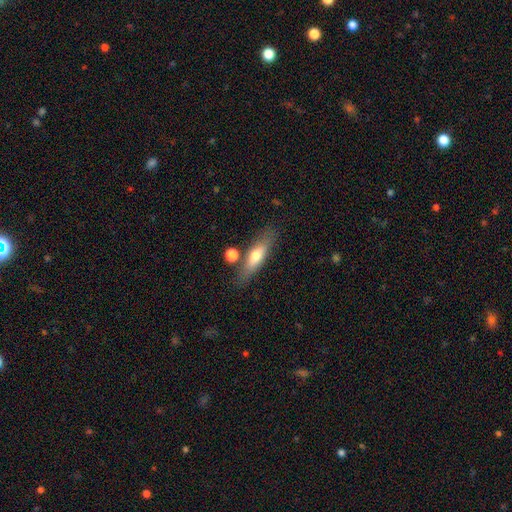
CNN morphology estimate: type=smooth (63%); roundness=cigar-shaped (58%); merging=none (74%).